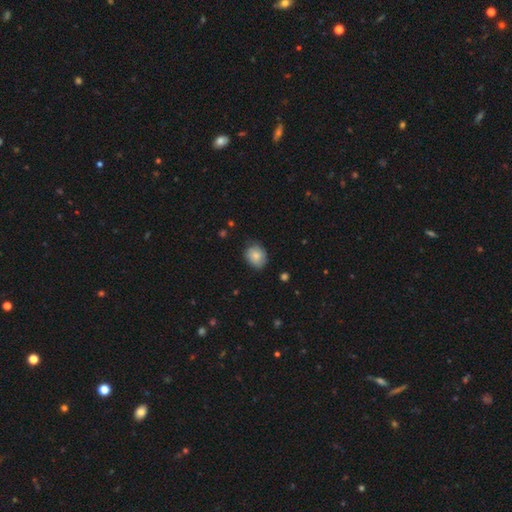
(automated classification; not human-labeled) A smooth galaxy with no disk features (80%) that is round (52%). Merging: none (71%).